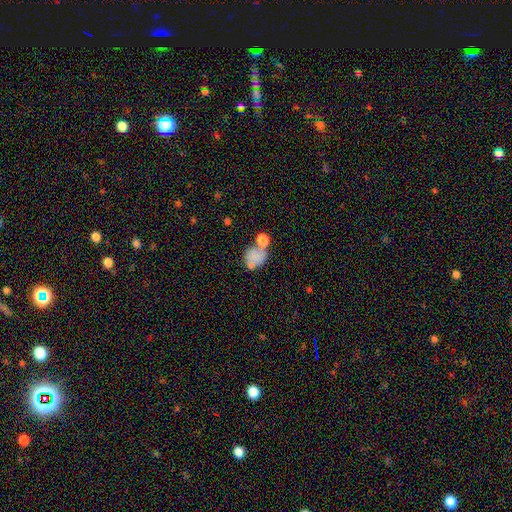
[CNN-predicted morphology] Smooth or featured?
  - smooth: 68% *
  - featured or disk: 20%
  - star or artifact: 12%
How rounded?
  - round: 51% *
  - in between: 47%
  - cigar-shaped: 1%
Merging?
  - merger: 38% *
  - none: 33%
  - minor disturbance: 16%
  - major disturbance: 13%